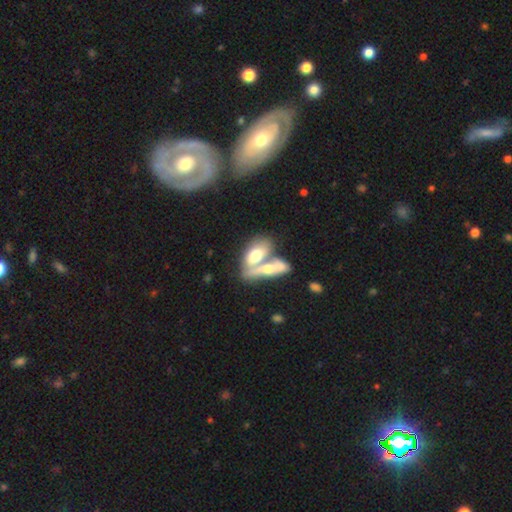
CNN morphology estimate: Smooth or featured?
  - smooth: 57% *
  - featured or disk: 37%
  - star or artifact: 6%
How rounded?
  - in between: 83% *
  - cigar-shaped: 12%
  - round: 5%
Merging?
  - merger: 64% *
  - none: 23%
  - minor disturbance: 8%
  - major disturbance: 5%